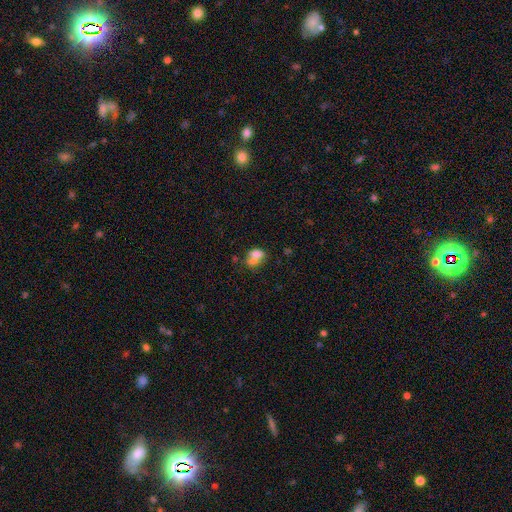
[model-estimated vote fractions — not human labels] smooth 67%, featured or disk 22%, star or artifact 11%. Down the decision tree: how rounded — in between (72%); merging — merger (62%).